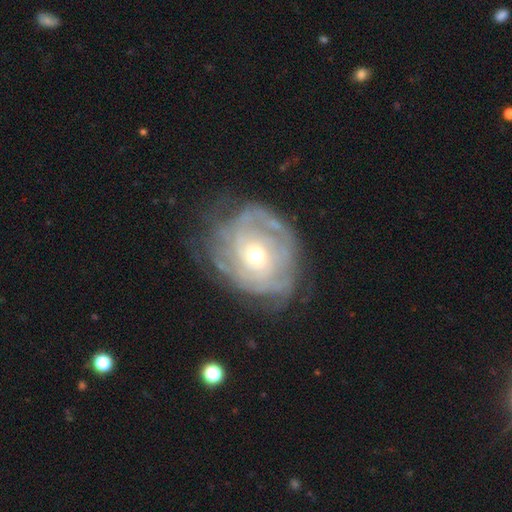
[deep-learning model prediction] smooth_or_featured: featured or disk (p=0.79) [alt: smooth p=0.14]
disk_edge_on: no (p=0.96) [alt: yes p=0.04]
bar: no (p=0.79) [alt: weak p=0.17]
has_spiral_arms: yes (p=0.83) [alt: no p=0.17]
spiral_winding: tight (p=0.70) [alt: medium p=0.22]
spiral_arm_count: can't tell (p=0.53) [alt: 2 p=0.13]
bulge_size: small (p=0.53) [alt: moderate p=0.43]
merging: none (p=0.62) [alt: minor disturbance p=0.22]